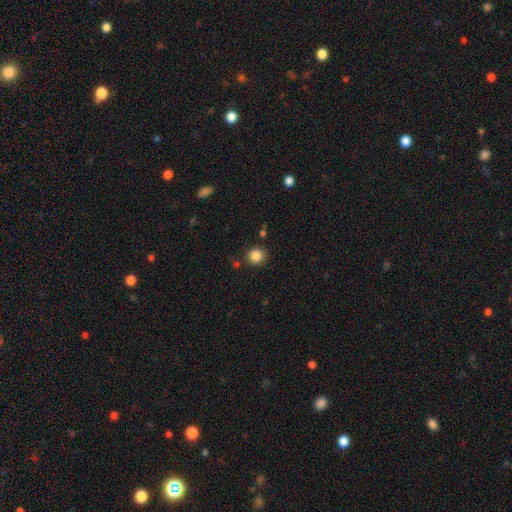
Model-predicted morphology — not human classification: The model was most divided on "smooth or featured": smooth: 85%, star or artifact: 11%, featured or disk: 4%. More confident: how rounded — round (90%); merging — none (85%).